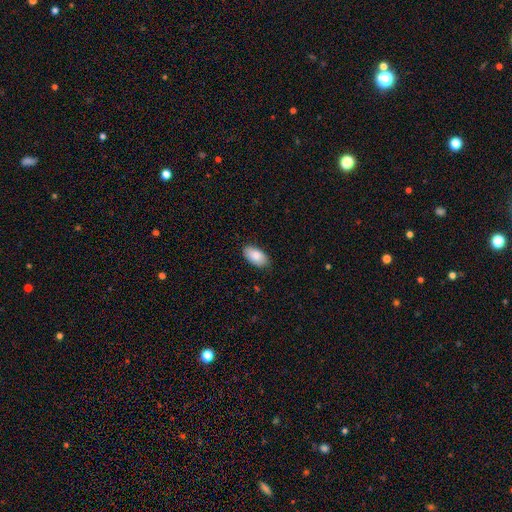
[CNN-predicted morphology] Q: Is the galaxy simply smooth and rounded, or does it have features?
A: smooth — 85%.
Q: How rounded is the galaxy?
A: in between — 95%.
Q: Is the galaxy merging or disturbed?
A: none — 85%.